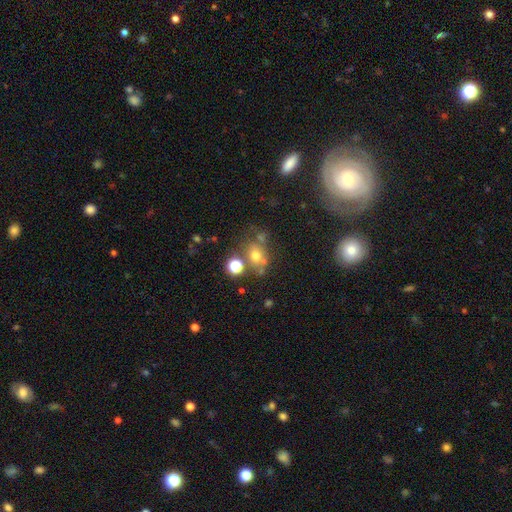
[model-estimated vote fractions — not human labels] Overall: smooth (62%). How rounded: round (58%; in between 41%). Merging: none (53%; merger 22%).